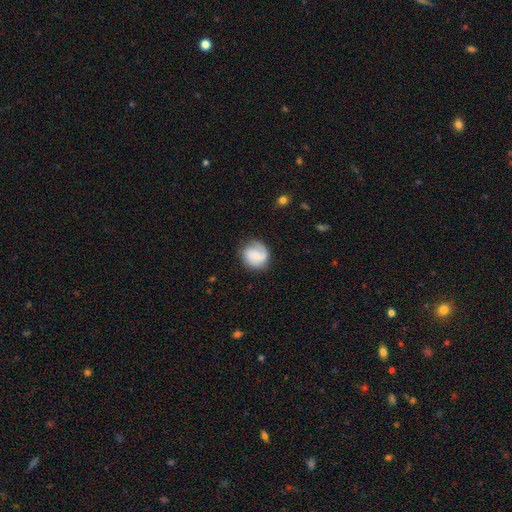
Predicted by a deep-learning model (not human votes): featured or disk 49%, smooth 44%, star or artifact 7%. Down the decision tree: merging — none (74%).